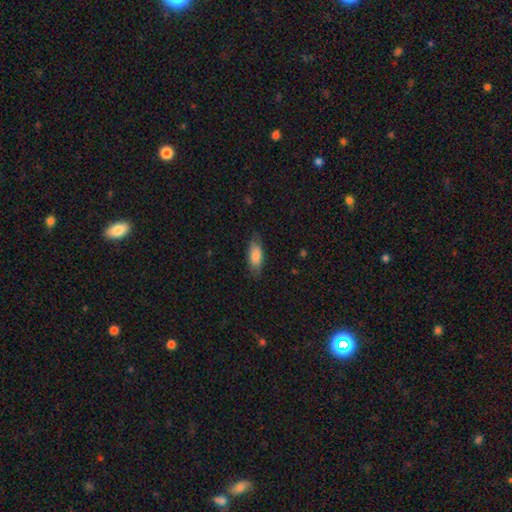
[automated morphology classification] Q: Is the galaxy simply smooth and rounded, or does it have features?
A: smooth — 82%.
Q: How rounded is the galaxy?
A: in between — 81%.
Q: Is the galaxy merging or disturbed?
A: none — 76%.